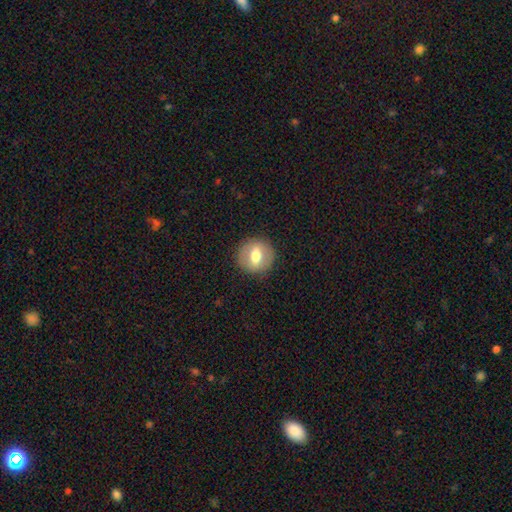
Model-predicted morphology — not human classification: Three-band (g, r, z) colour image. It shows a smooth galaxy with no disk features (54%) that is round (84%). Merging: none (87%).